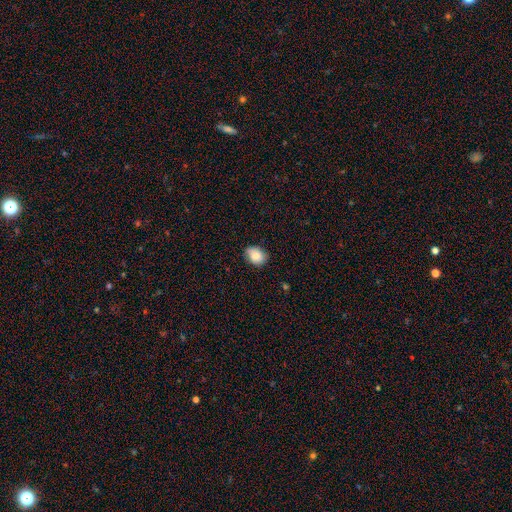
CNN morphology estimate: Overall: smooth (83%). How rounded: in between (60%; round 39%). Merging: none (77%).